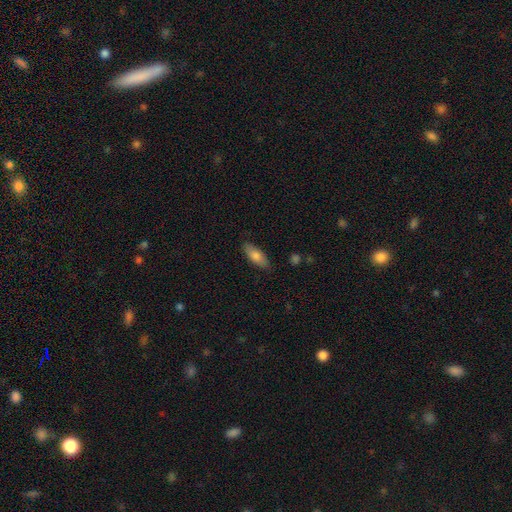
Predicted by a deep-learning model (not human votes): A smooth galaxy with no disk features (77%) that is in between round and cigar-shaped (75%). Merging: none (85%).